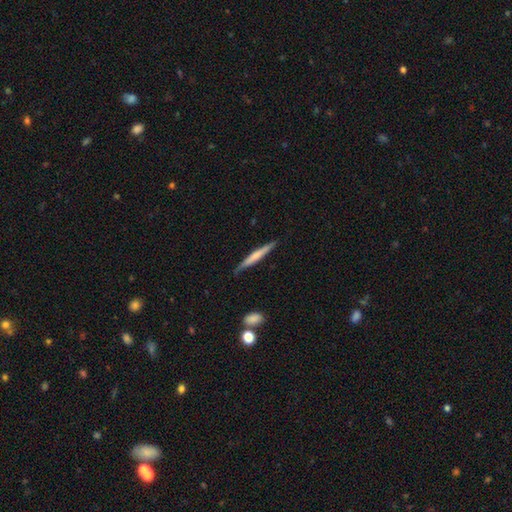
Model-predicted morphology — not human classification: Smooth or featured: smooth — 53% (featured or disk — 41%)
How rounded: cigar-shaped — 95% (in between — 4%)
Merging: none — 82% (minor disturbance — 13%)